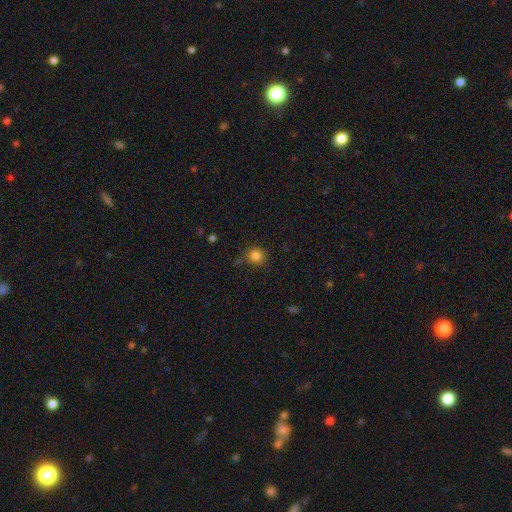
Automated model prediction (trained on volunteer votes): Smooth or featured?
  - smooth: 82% *
  - star or artifact: 13%
  - featured or disk: 5%
How rounded?
  - round: 89% *
  - in between: 10%
  - cigar-shaped: 1%
Merging?
  - none: 75% *
  - minor disturbance: 17%
  - major disturbance: 5%
  - merger: 3%